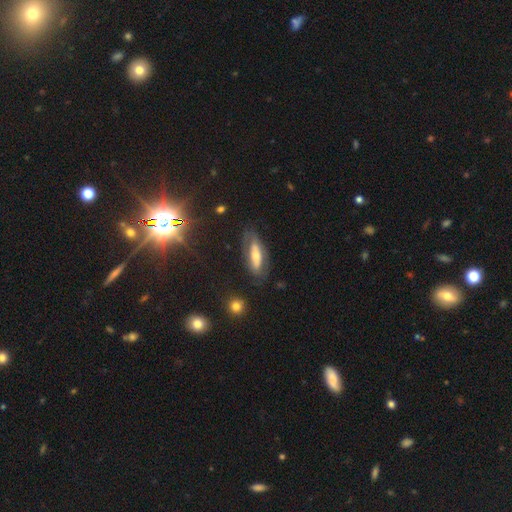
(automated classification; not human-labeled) Q: Smooth or featured?
A: featured or disk (52%); runner-up: smooth (37%)
Q: Edge-on disk?
A: no (65%); runner-up: yes (35%)
Q: Merging?
A: none (71%); runner-up: minor disturbance (19%)